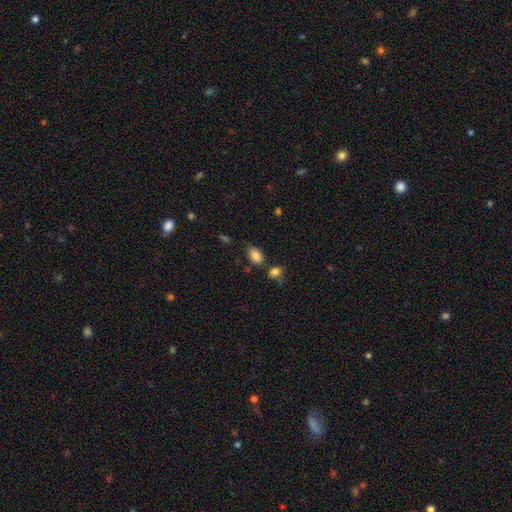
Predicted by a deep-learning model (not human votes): Morphology: type=smooth (84%); roundness=in between (89%); merging=none (67%).